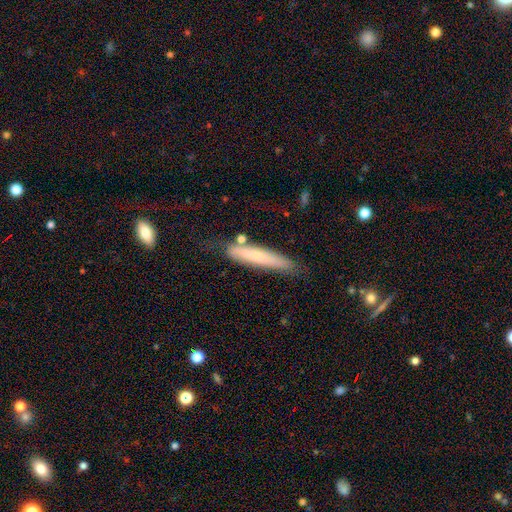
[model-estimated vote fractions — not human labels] Overall: smooth (57%; featured or disk 37%). How rounded: cigar-shaped (90%). Merging: none (70%).